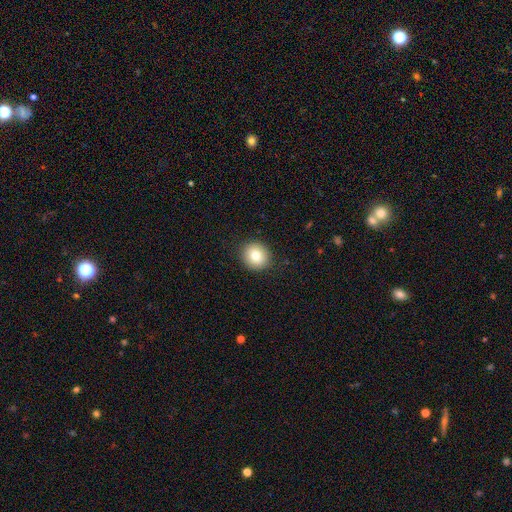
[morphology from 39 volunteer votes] Overall: smooth (72%). How rounded: round (86%). Merging: none (97%).